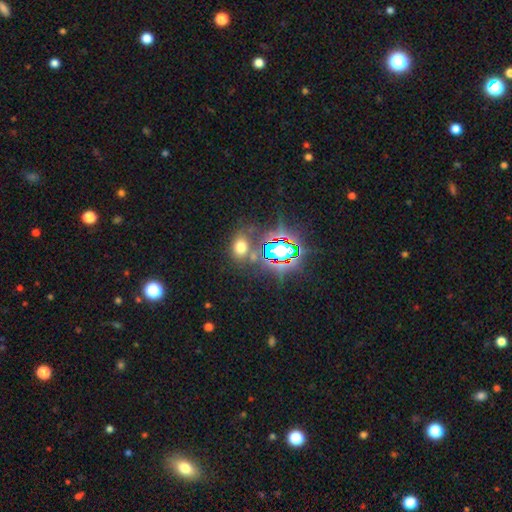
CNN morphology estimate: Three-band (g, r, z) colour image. It shows a star or artifact, not a galaxy (54%).